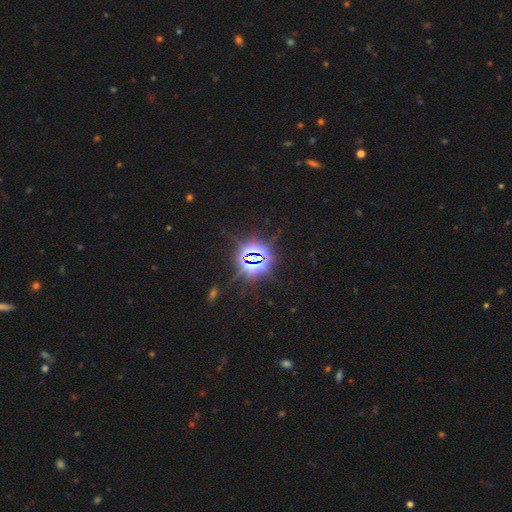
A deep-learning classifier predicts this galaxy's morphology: The model was most divided on "smooth or featured": star or artifact: 84%, smooth: 9%, featured or disk: 7%.